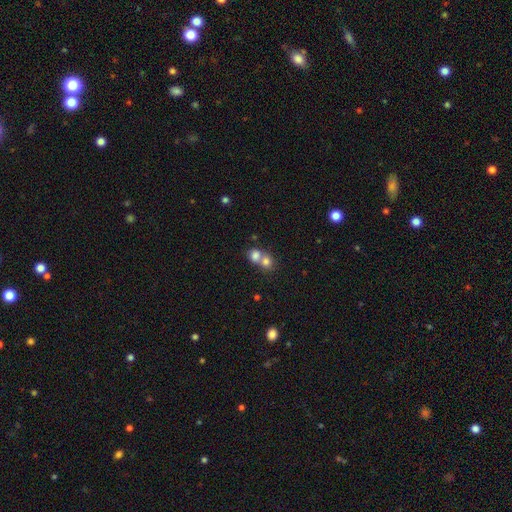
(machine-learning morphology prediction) smooth_or_featured: smooth (p=0.77) [alt: featured or disk p=0.12]
how_rounded: round (p=0.71) [alt: in between p=0.27]
merging: merger (p=0.64) [alt: none p=0.28]